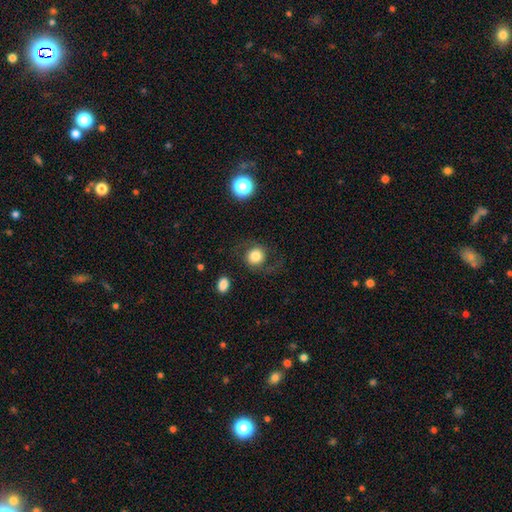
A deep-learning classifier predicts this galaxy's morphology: Smooth or featured? Predicted: smooth (p=0.68). How rounded? Predicted: round (p=0.84). Merging? Predicted: none (p=0.69).